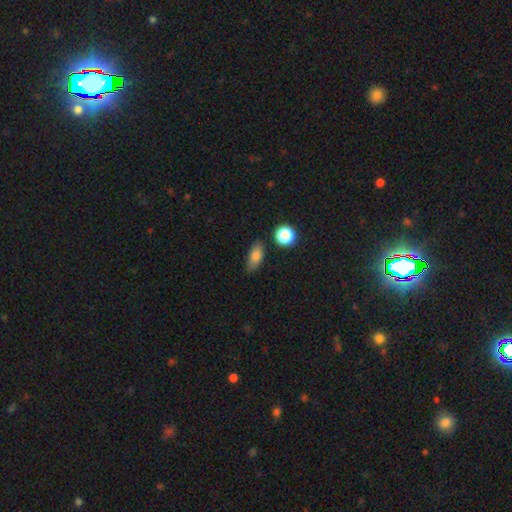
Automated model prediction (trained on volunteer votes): A smooth galaxy with no disk features (80%) that is in between round and cigar-shaped (82%). Merging: none (77%).